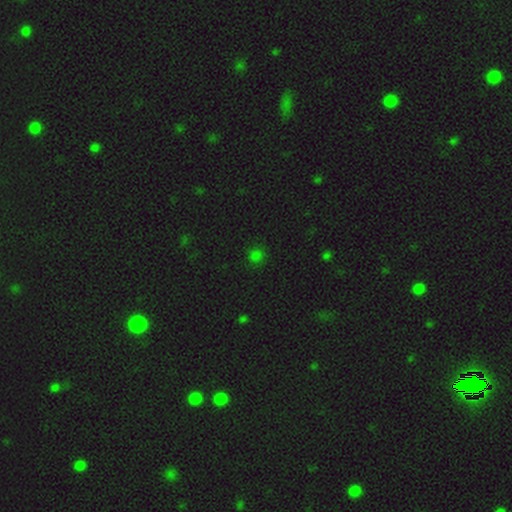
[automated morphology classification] smooth_or_featured: smooth (p=0.70) [alt: star or artifact p=0.27]
how_rounded: round (p=0.91) [alt: in between p=0.08]
merging: none (p=0.88) [alt: minor disturbance p=0.08]